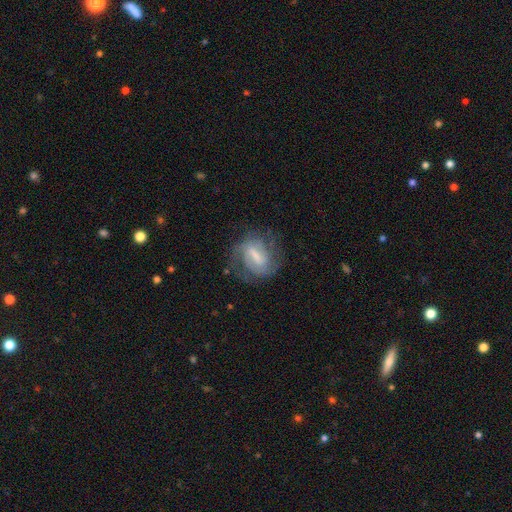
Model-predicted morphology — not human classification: A featured or disk galaxy (70%) with a strong bar (51%), 2 (52%) tight (45%) spiral arms (83%) and a small central bulge (33%).

Vote fractions:
- Smooth or featured? featured or disk: 70% / smooth: 23% / star or artifact: 7%
- Edge-on disk? no: 95% / yes: 5%
- Bar? strong: 51% / weak: 39% / no: 11%
- Spiral arms? yes: 83% / no: 17%
- Spiral winding? tight: 45% / medium: 40% / loose: 16%
- Spiral arm count? 2: 52% / can't tell: 29% / 3: 8% / 1: 7% / 4: 3% / more than 4: 2%
- Bulge size? small: 33% / moderate: 29% / none: 27% / large: 10% / dominant: 2%
- Merging? none: 62% / minor disturbance: 21% / major disturbance: 15% / merger: 2%